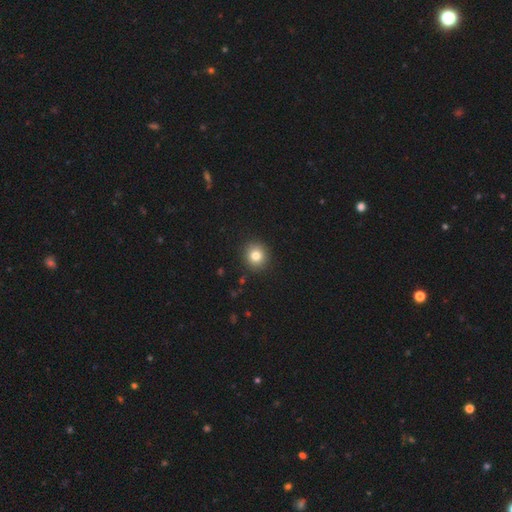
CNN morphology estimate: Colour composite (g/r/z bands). It shows a smooth galaxy with no disk features (80%) that is round (90%). Merging: none (91%).